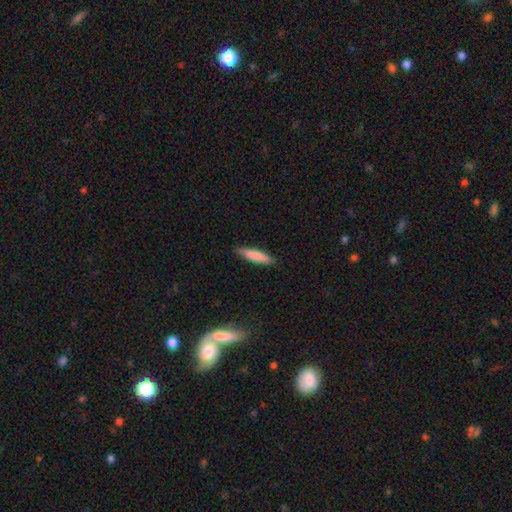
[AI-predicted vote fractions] smooth-or-featured: smooth: 82% | featured or disk: 12% | star or artifact: 6%
  how-rounded: cigar-shaped: 78% | in between: 20% | round: 1%
  merging: none: 86% | minor disturbance: 11% | major disturbance: 2% | merger: 1%